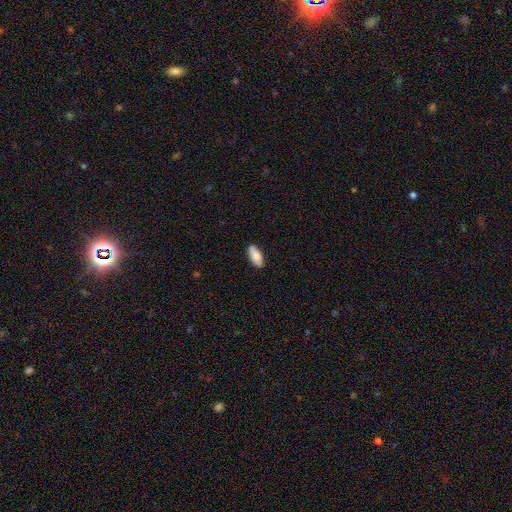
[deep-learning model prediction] Smooth or featured: smooth — 82% (featured or disk — 12%)
How rounded: in between — 82% (cigar-shaped — 16%)
Merging: none — 88% (minor disturbance — 9%)